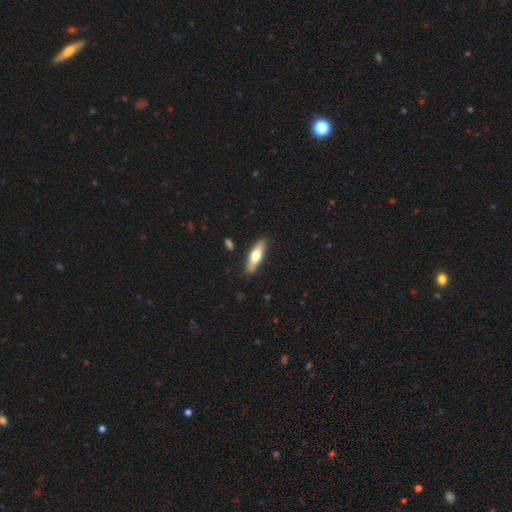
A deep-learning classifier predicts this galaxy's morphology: This is possibly a smooth galaxy (59%). How rounded: possibly cigar-shaped (59%). Merging: clearly none (87%).